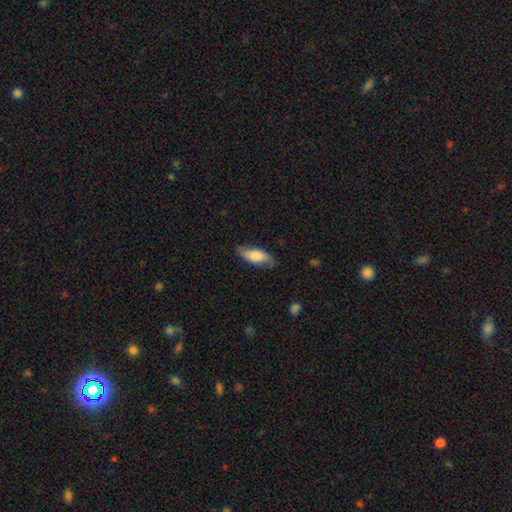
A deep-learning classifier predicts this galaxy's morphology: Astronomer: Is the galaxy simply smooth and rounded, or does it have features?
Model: smooth — 67%.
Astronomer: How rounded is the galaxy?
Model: in between — 79%.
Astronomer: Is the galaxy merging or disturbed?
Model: none — 76%.